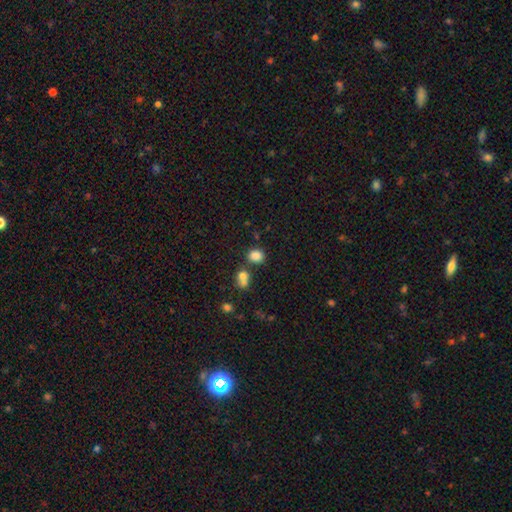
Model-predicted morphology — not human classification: This is clearly a smooth galaxy (83%). How rounded: likely round (64%). Merging: likely none (70%).